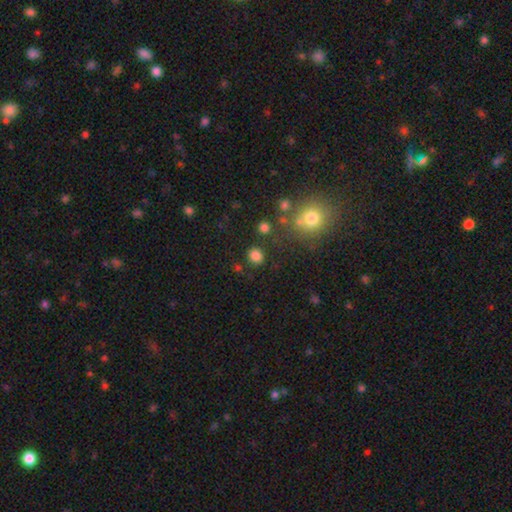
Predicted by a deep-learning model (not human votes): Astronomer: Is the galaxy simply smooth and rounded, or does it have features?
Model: smooth — 81%.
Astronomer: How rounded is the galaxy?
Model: round — 75%.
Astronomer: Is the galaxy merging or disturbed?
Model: none — 84%.